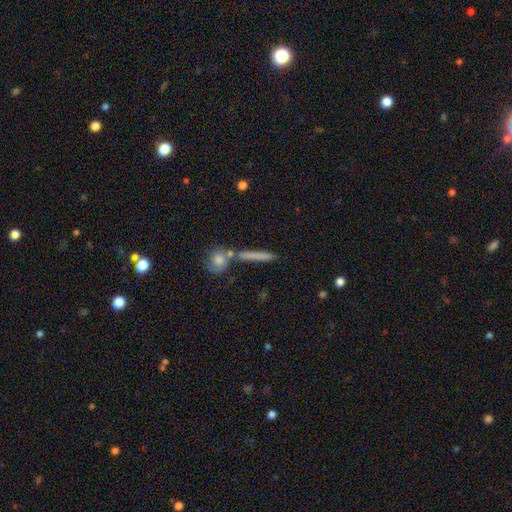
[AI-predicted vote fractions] Smooth or featured?
  - smooth: 66% *
  - featured or disk: 26%
  - star or artifact: 8%
How rounded?
  - cigar-shaped: 89% *
  - in between: 6%
  - round: 5%
Merging?
  - none: 73% *
  - merger: 13%
  - minor disturbance: 10%
  - major disturbance: 3%